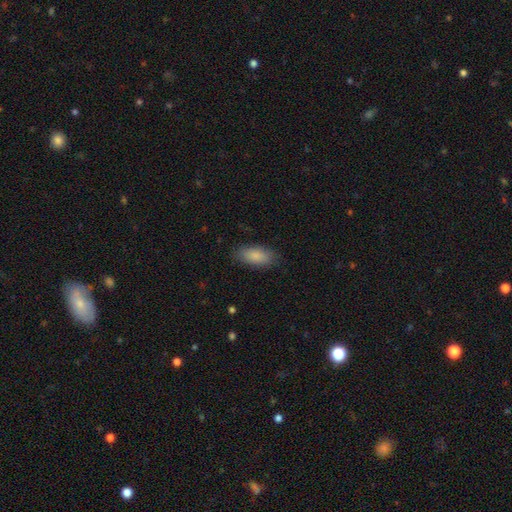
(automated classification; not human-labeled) A smooth galaxy with no disk features (87%) that is in between round and cigar-shaped (86%). Merging: none (85%).